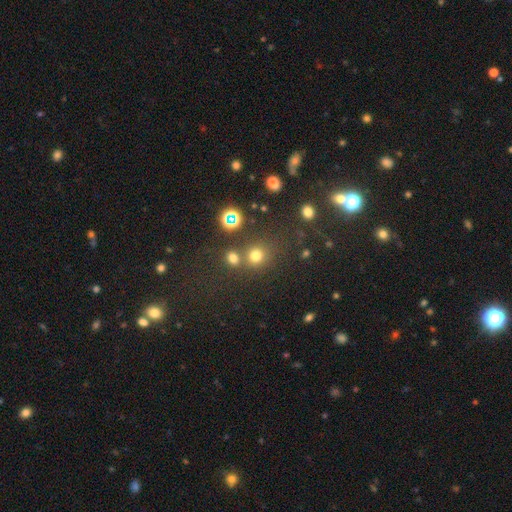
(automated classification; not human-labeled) This appears to be a smooth galaxy with no disk features (70%) that is round (83%). Merging: none (61%).